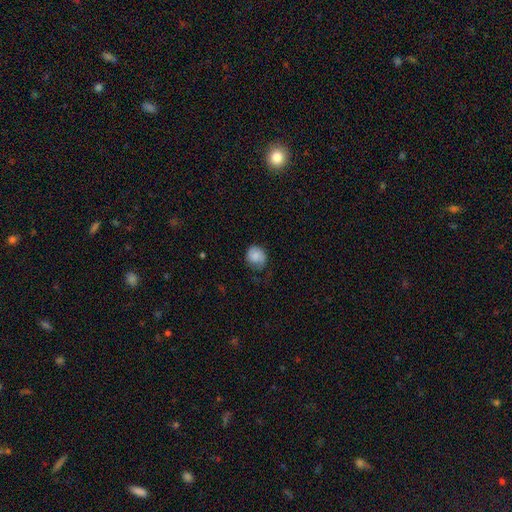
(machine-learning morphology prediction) A smooth galaxy with no disk features (78%) that is round (75%).

Vote fractions:
- Smooth or featured? smooth: 78% / featured or disk: 14% / star or artifact: 8%
- How rounded? round: 75% / in between: 24% / cigar-shaped: 1%
- Merging? none: 56% / minor disturbance: 31% / major disturbance: 12% / merger: 1%